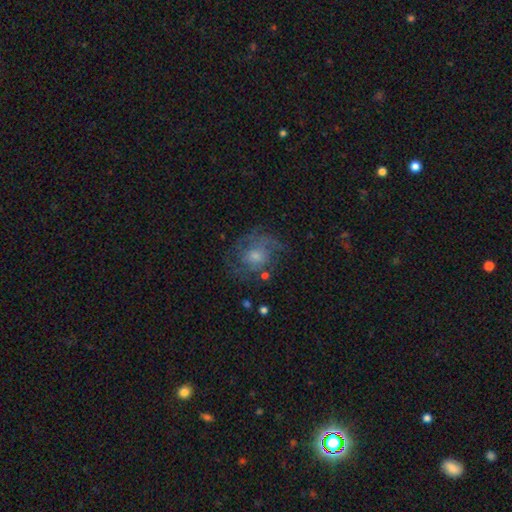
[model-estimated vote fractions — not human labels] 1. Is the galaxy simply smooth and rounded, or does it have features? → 59% featured or disk, 28% smooth, 13% star or artifact.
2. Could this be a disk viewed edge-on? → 97% no, 3% yes.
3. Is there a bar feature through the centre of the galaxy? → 74% no, 22% weak, 3% strong.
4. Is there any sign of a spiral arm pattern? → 76% yes, 24% no.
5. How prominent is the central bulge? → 52% moderate, 31% small, 10% large, 6% none, 2% dominant.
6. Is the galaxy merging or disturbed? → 63% none, 19% minor disturbance, 16% major disturbance, 2% merger.